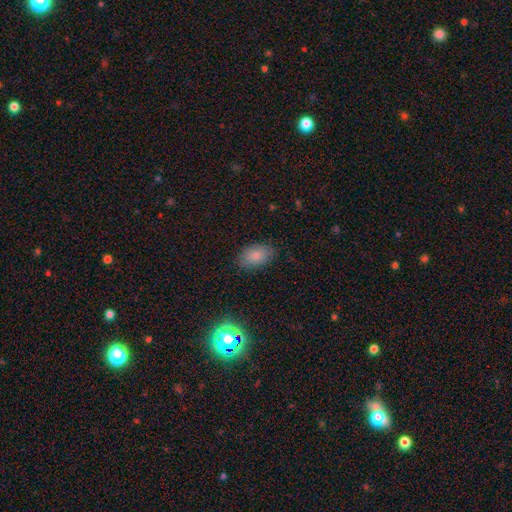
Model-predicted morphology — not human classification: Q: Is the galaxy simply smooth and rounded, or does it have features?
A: smooth — 84%.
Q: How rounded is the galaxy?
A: in between — 90%.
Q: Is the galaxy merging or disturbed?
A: none — 84%.